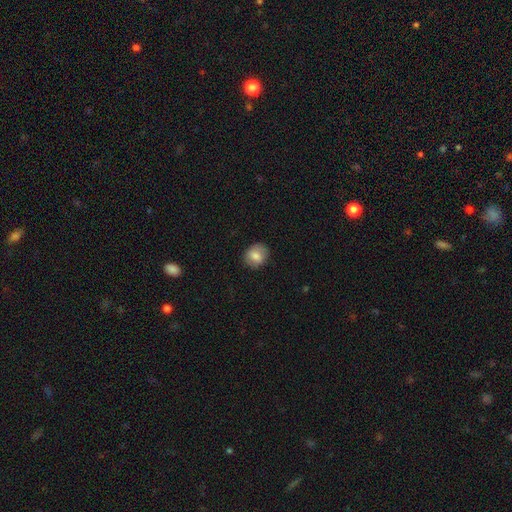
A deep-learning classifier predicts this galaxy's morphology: smooth-or-featured: smooth: 78% | featured or disk: 14% | star or artifact: 8%
  how-rounded: round: 63% | in between: 36% | cigar-shaped: 1%
  merging: none: 84% | minor disturbance: 11% | major disturbance: 3% | merger: 1%